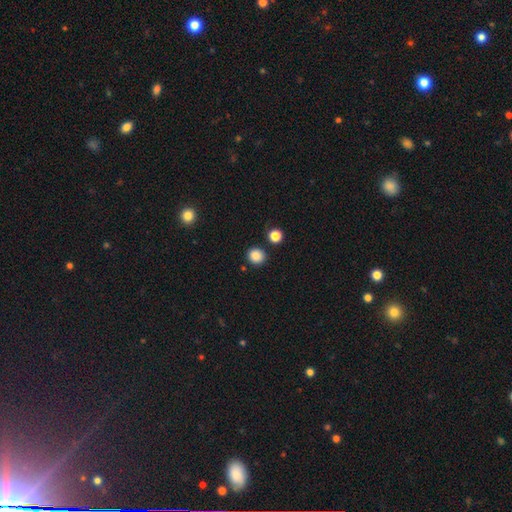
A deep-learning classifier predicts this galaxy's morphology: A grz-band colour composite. It shows a smooth galaxy with no disk features (86%) that is round (87%). Merging: none (86%).